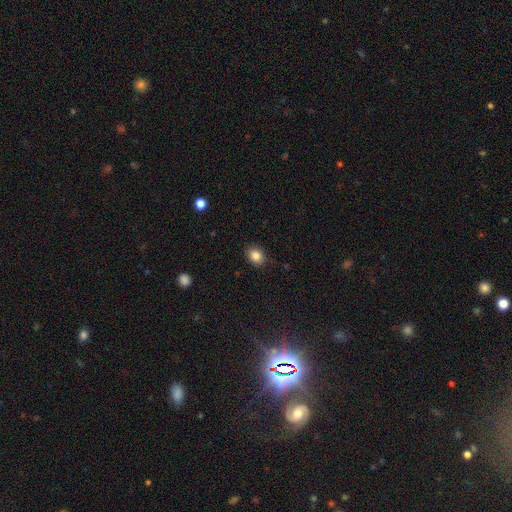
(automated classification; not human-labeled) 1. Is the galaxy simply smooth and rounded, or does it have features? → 85% smooth, 10% star or artifact, 5% featured or disk.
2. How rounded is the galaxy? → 51% round, 48% in between, 1% cigar-shaped.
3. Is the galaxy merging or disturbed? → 88% none, 9% minor disturbance, 2% major disturbance, 1% merger.